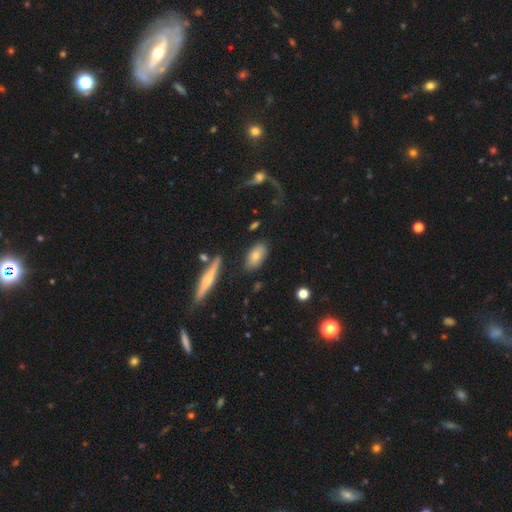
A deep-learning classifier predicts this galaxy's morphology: Smooth or featured? Predicted: smooth (p=0.76). How rounded? Predicted: in between (p=0.90). Merging? Predicted: none (p=0.82).